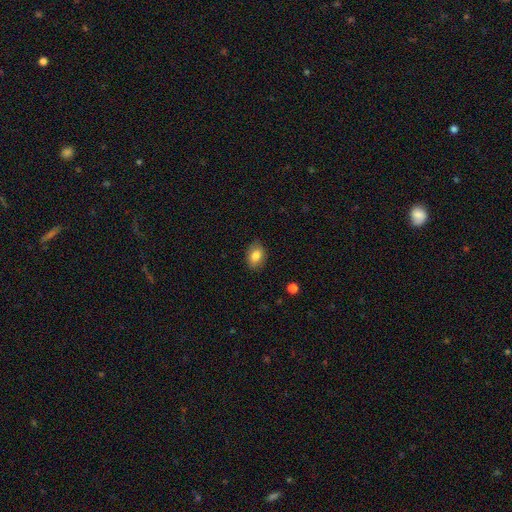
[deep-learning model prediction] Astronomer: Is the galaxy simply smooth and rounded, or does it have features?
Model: smooth — 82%.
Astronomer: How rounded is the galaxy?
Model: in between — 76%.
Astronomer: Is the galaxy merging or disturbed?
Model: none — 84%.